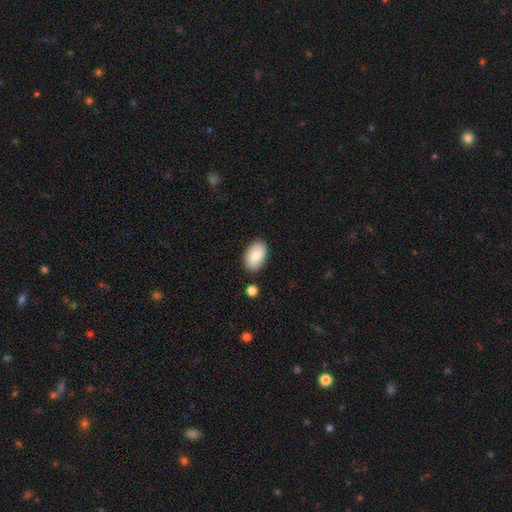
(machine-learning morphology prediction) Smooth or featured? Predicted: smooth (p=0.84). How rounded? Predicted: in between (p=0.94). Merging? Predicted: none (p=0.84).